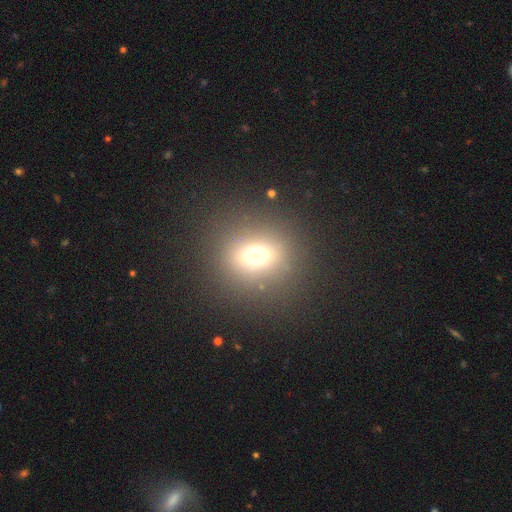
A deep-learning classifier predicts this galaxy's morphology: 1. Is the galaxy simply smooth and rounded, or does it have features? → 64% smooth, 23% star or artifact, 13% featured or disk.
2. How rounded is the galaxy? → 68% round, 31% in between, 2% cigar-shaped.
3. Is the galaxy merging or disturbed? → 83% none, 9% minor disturbance, 6% major disturbance, 3% merger.